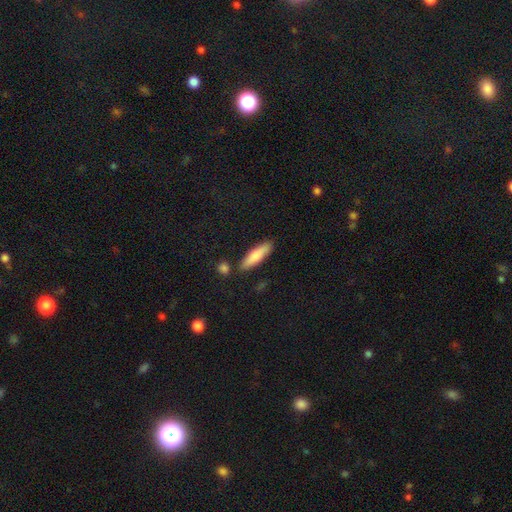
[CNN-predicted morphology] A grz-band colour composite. It shows a smooth galaxy with no disk features (75%) that is cigar-shaped (69%). Merging: none (84%).